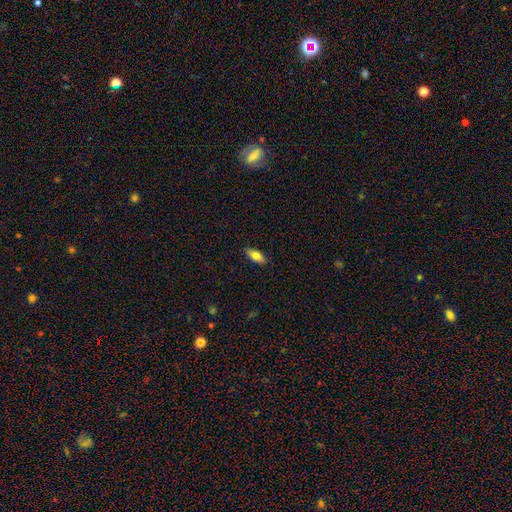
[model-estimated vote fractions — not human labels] This appears to be a smooth galaxy with no disk features (72%) that is in between round and cigar-shaped (75%). Merging: none (89%).